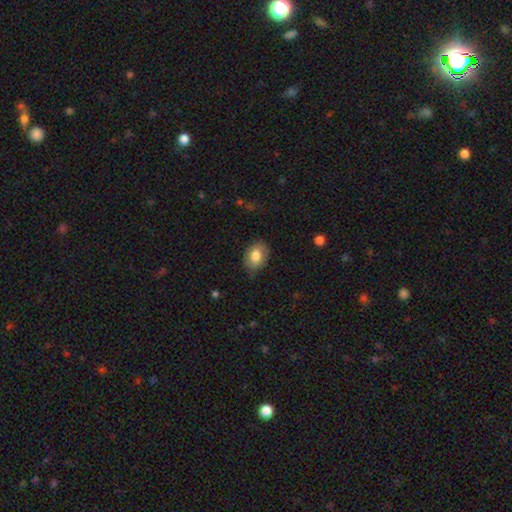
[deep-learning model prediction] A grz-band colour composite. It shows a smooth galaxy with no disk features (80%) that is in between round and cigar-shaped (75%). Merging: none (79%).